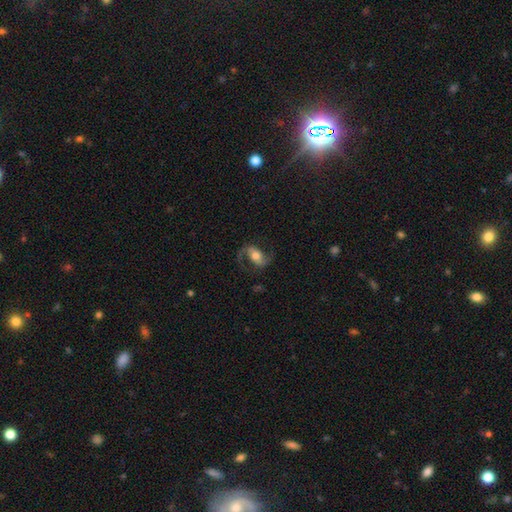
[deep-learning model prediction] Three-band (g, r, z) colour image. It shows a featured or disk galaxy (79%) with a weak bar (37%), 2 (91%) loose (47%) spiral arms (94%) and a moderate central bulge (64%). Merging: none (72%).